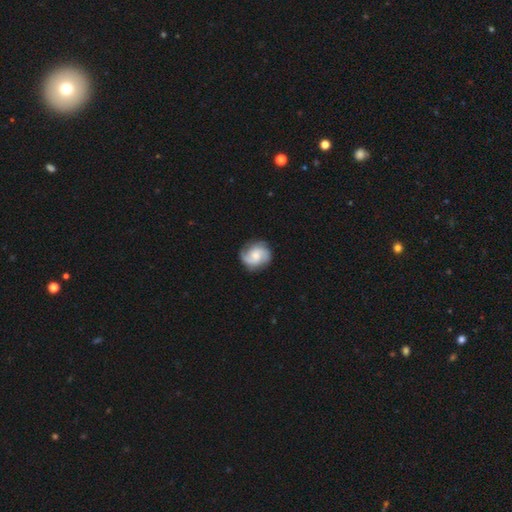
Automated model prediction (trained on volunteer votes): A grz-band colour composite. It shows a featured or disk galaxy (71%) with no bar (62%), 2 (56%) medium (46%) spiral arms (96%) and a moderate central bulge (47%). Merging: none (80%).